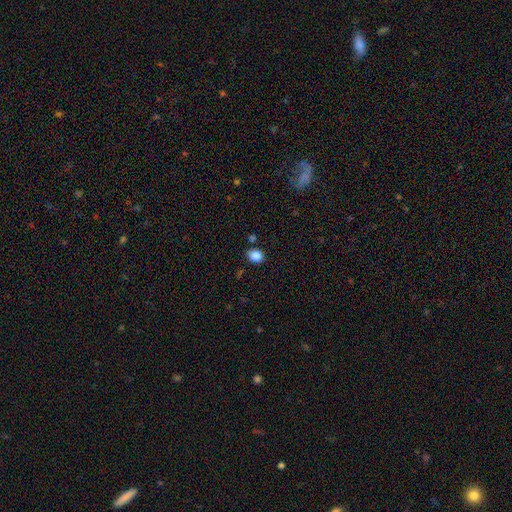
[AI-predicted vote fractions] Smooth or featured? Predicted: smooth (p=0.86). How rounded? Predicted: round (p=0.53). Merging? Predicted: none (p=0.80).